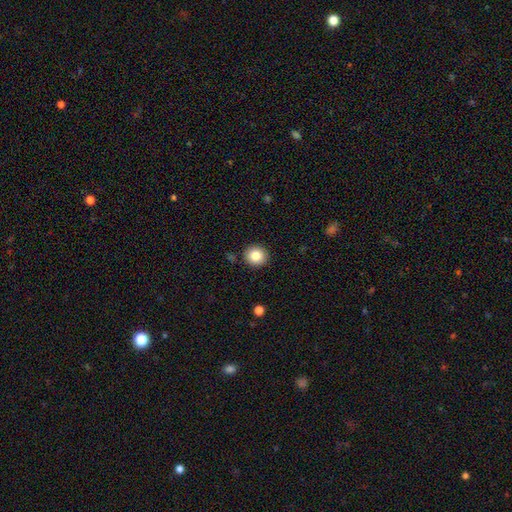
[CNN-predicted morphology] Smooth or featured? Predicted: smooth (p=0.83). How rounded? Predicted: round (p=0.88). Merging? Predicted: none (p=0.91).